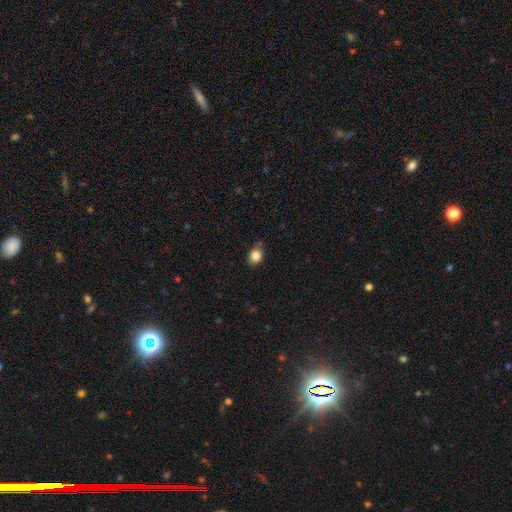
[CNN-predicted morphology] Smooth or featured? smooth (84%)
How rounded? round (50%)
Merging? none (69%)